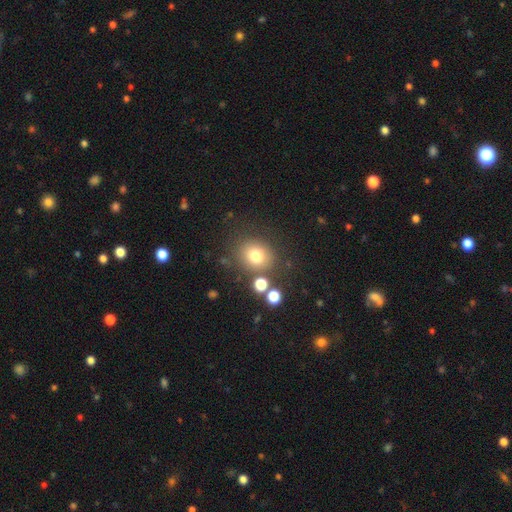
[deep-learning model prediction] A smooth galaxy with no disk features (76%) that is round (74%).

Vote fractions:
- Smooth or featured? smooth: 76% / star or artifact: 14% / featured or disk: 11%
- How rounded? round: 74% / in between: 25% / cigar-shaped: 1%
- Merging? none: 76% / minor disturbance: 11% / merger: 8% / major disturbance: 5%